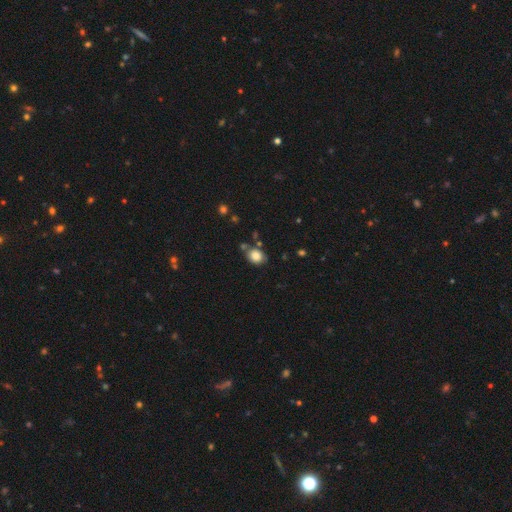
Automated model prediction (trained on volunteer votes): smooth 84%, star or artifact 10%, featured or disk 6%. Down the decision tree: how rounded — round (52%); merging — none (68%).